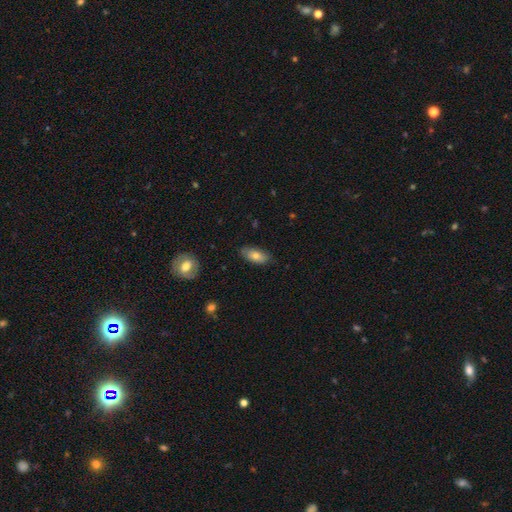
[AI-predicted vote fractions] This appears to be a smooth galaxy with no disk features (74%) that is in between round and cigar-shaped (87%). Merging: none (82%).